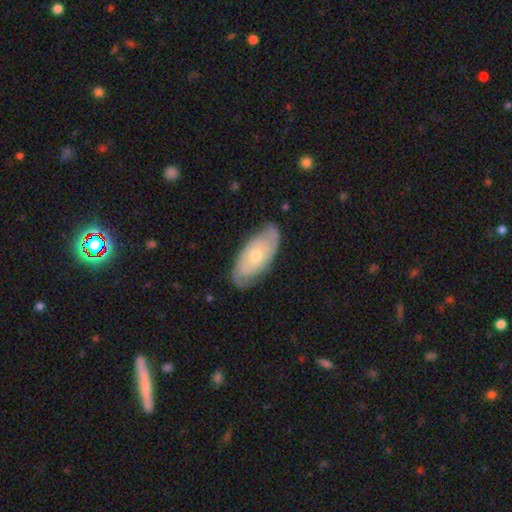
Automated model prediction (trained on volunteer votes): smooth_or_featured: featured or disk (p=0.64) [alt: smooth p=0.31]
disk_edge_on: no (p=0.89) [alt: yes p=0.11]
bar: no (p=0.81) [alt: weak p=0.15]
has_spiral_arms: yes (p=0.78) [alt: no p=0.22]
bulge_size: small (p=0.49) [alt: moderate p=0.47]
merging: none (p=0.77) [alt: minor disturbance p=0.18]